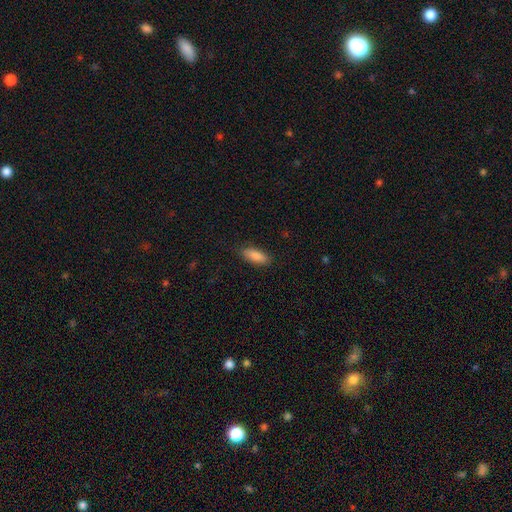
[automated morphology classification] A smooth galaxy with no disk features (87%) that is in between round and cigar-shaped (68%).

Vote fractions:
- Smooth or featured? smooth: 87% / featured or disk: 7% / star or artifact: 6%
- How rounded? in between: 68% / cigar-shaped: 30% / round: 2%
- Merging? none: 87% / minor disturbance: 9% / major disturbance: 2% / merger: 1%